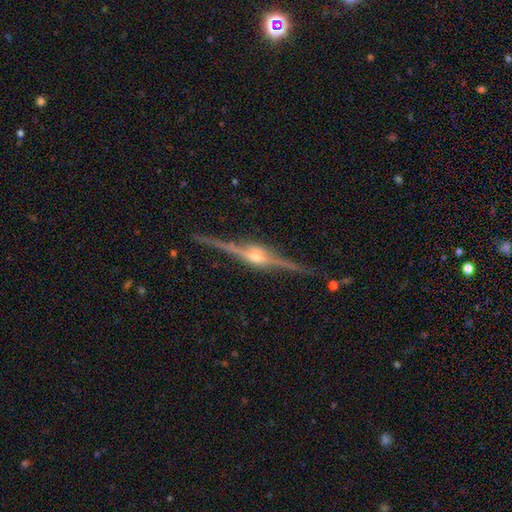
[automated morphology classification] Smooth or featured?
  - featured or disk: 90% *
  - star or artifact: 5%
  - smooth: 4%
Edge-on disk?
  - yes: 98% *
  - no: 2%
Edge-on bulge?
  - rounded: 91% *
  - boxy: 7%
  - none: 2%
Merging?
  - none: 89% *
  - minor disturbance: 8%
  - major disturbance: 2%
  - merger: 1%